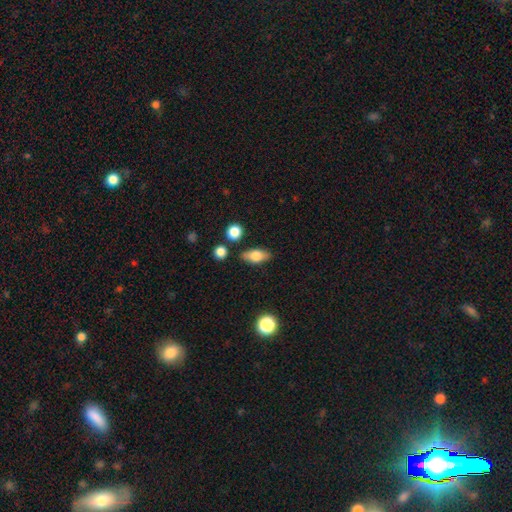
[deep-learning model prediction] Overall: smooth (70%). How rounded: in between (81%). Merging: none (81%).